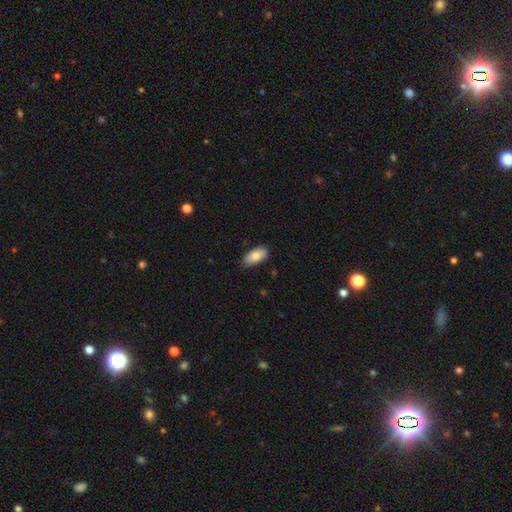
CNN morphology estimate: smooth-or-featured: smooth: 83% | featured or disk: 11% | star or artifact: 7%
  how-rounded: in between: 92% | cigar-shaped: 6% | round: 2%
  merging: none: 84% | minor disturbance: 13% | major disturbance: 2% | merger: 1%